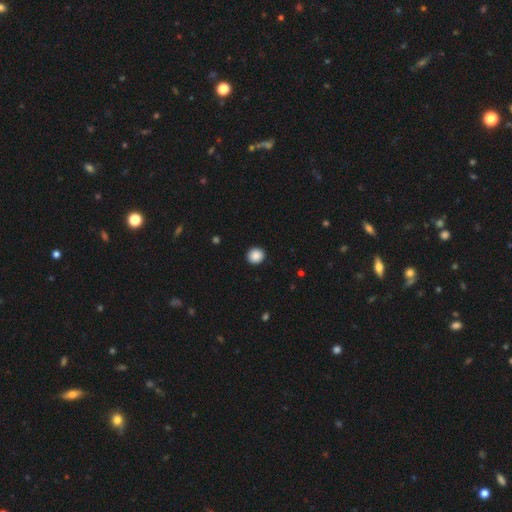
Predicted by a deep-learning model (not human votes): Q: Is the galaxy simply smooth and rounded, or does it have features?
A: smooth — 88%.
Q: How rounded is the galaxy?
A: round — 89%.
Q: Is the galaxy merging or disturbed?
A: none — 93%.